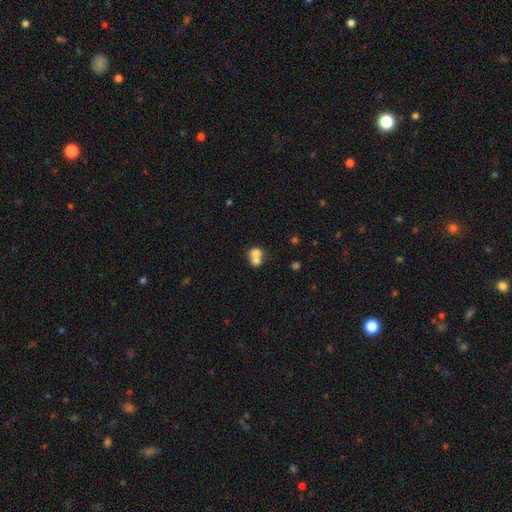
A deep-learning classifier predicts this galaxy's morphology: The model was most divided on "how rounded": round: 63%, in between: 36%, cigar-shaped: 1%. More confident: smooth or featured — smooth (70%); merging — merger (70%).